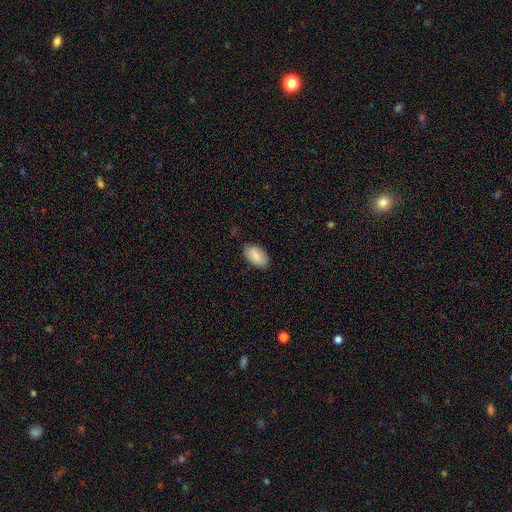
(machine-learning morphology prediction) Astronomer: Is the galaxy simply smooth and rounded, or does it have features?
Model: smooth — 88%.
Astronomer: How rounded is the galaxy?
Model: in between — 94%.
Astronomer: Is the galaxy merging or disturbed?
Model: none — 84%.